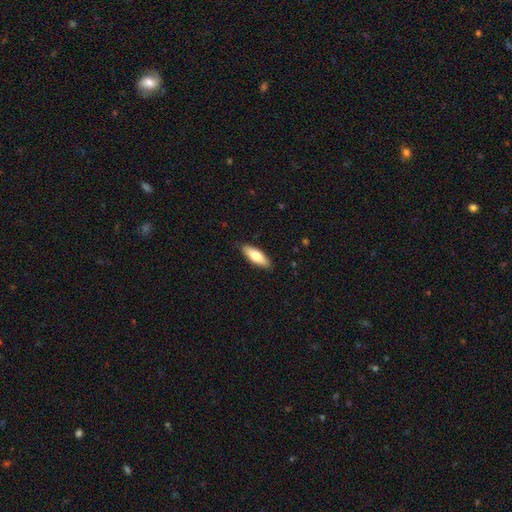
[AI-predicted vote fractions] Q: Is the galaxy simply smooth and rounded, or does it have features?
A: smooth — 76%.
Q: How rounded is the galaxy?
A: in between — 59%.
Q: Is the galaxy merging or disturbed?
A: none — 88%.